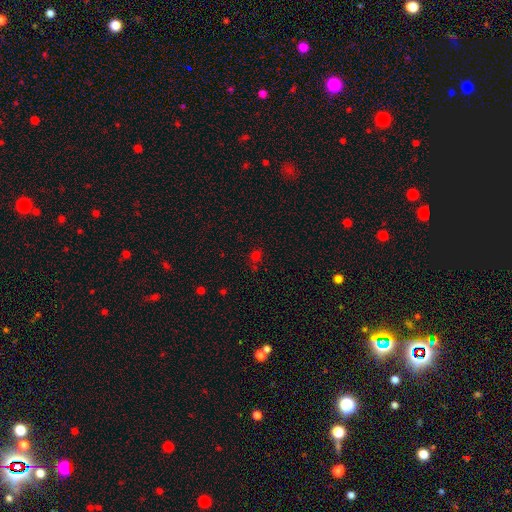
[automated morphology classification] Overall: smooth (57%; star or artifact 37%). How rounded: round (71%). Merging: none (67%).